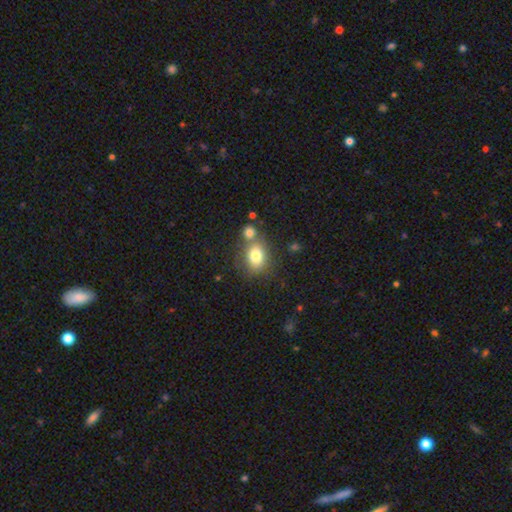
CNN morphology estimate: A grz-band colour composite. It shows a smooth galaxy with no disk features (79%) that is in between round and cigar-shaped (56%). Merging: none (53%).